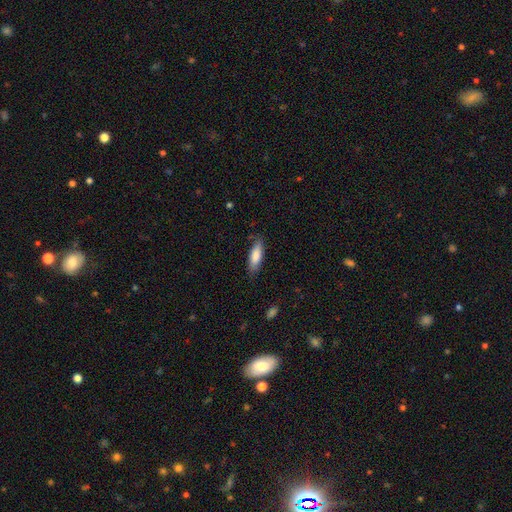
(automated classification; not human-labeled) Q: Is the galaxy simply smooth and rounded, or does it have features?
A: smooth — 83%.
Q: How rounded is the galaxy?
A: in between — 56%.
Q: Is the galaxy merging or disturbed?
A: none — 79%.